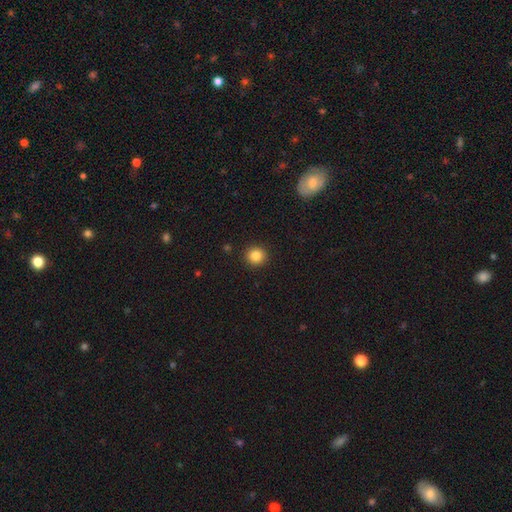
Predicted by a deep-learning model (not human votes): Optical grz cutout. It shows a smooth galaxy with no disk features (85%) that is round (92%). Merging: none (92%).